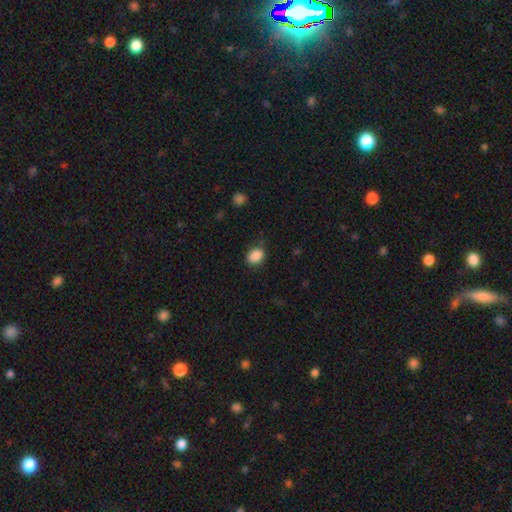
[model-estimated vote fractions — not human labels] This appears to be a smooth galaxy with no disk features (88%) that is in between round and cigar-shaped (66%). Merging: none (81%).